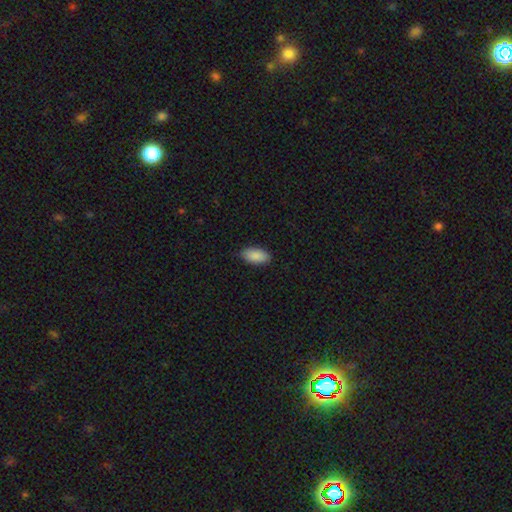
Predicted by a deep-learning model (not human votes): Overall: smooth (89%). How rounded: in between (94%). Merging: none (86%).